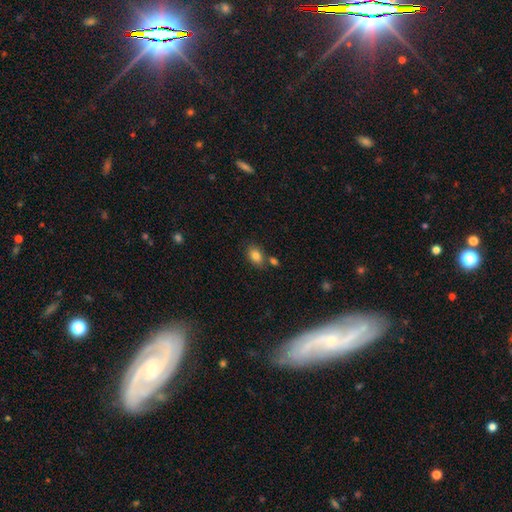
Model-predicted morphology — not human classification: smooth 83%, star or artifact 9%, featured or disk 9%. Down the decision tree: how rounded — in between (84%); merging — none (68%).